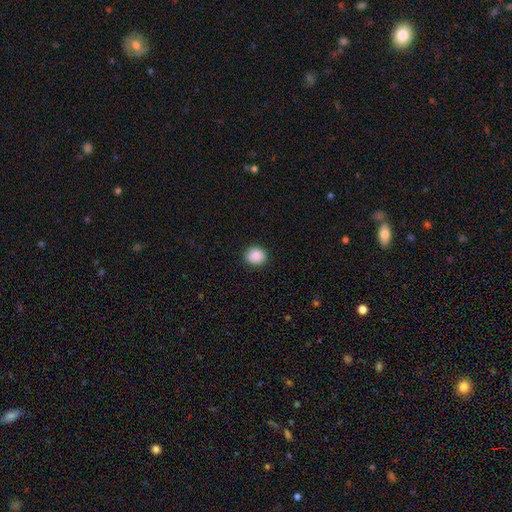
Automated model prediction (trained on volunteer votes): smooth 89%, star or artifact 8%, featured or disk 3%. Down the decision tree: how rounded — round (71%); merging — none (90%).